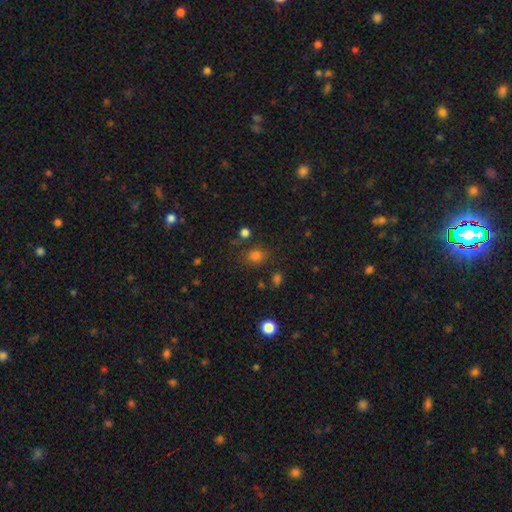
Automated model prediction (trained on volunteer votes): smooth_or_featured: smooth (p=0.77) [alt: star or artifact p=0.18]
how_rounded: round (p=0.68) [alt: in between p=0.31]
merging: none (p=0.81) [alt: minor disturbance p=0.11]